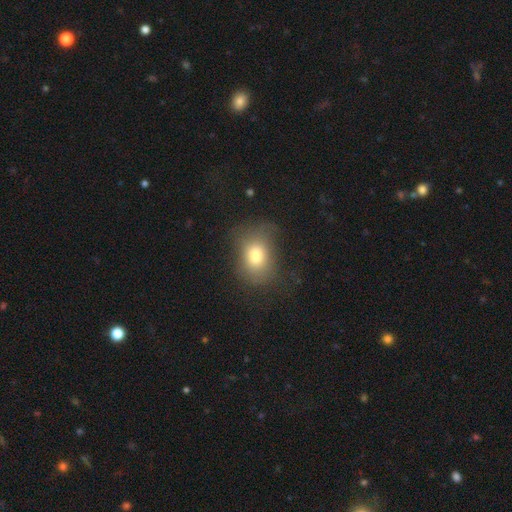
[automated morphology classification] type=smooth (75%); roundness=in between (61%); merging=none (59%).